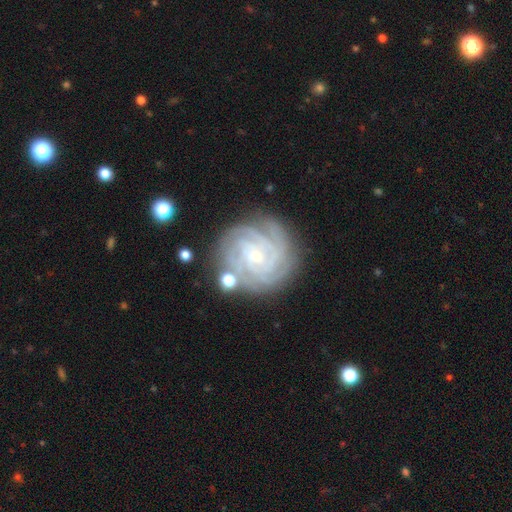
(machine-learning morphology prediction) Q: Smooth or featured?
A: featured or disk (88%); runner-up: star or artifact (6%)
Q: Edge-on disk?
A: no (98%); runner-up: yes (2%)
Q: Bar?
A: no (68%); runner-up: weak (25%)
Q: Spiral arms?
A: yes (98%); runner-up: no (2%)
Q: Spiral winding?
A: tight (83%); runner-up: medium (15%)
Q: Spiral arm count?
A: 4 (39%); runner-up: more than 4 (19%)
Q: Bulge size?
A: small (80%); runner-up: moderate (16%)
Q: Merging?
A: none (79%); runner-up: minor disturbance (14%)